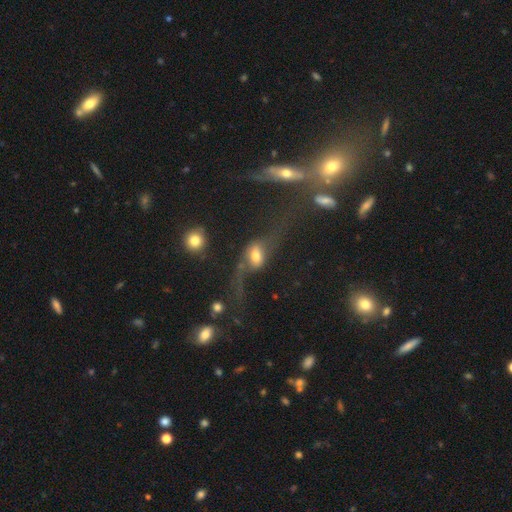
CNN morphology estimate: Smooth or featured? featured or disk (57%)
Edge-on disk? no (74%)
Merging? major disturbance (39%)